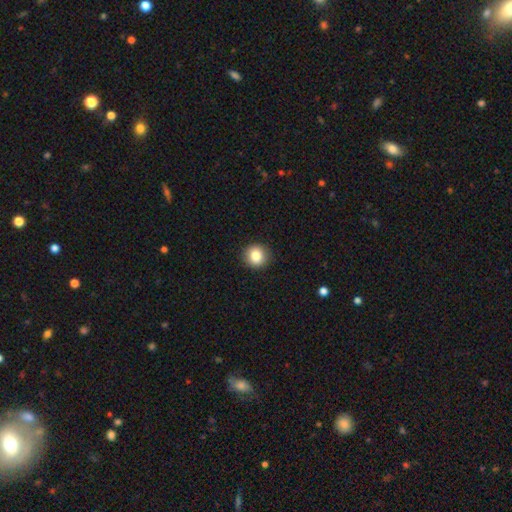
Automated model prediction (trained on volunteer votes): Q: Smooth or featured?
A: smooth (84%); runner-up: star or artifact (10%)
Q: How rounded?
A: round (92%); runner-up: in between (7%)
Q: Merging?
A: none (91%); runner-up: minor disturbance (6%)